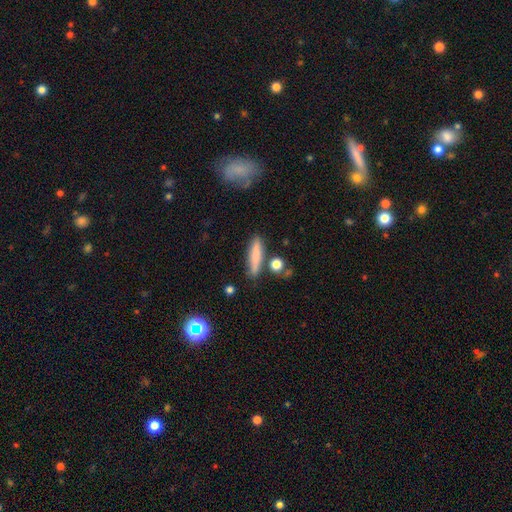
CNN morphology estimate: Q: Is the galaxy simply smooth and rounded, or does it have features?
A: smooth — 75%.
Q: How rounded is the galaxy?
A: cigar-shaped — 83%.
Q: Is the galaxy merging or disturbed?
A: none — 80%.